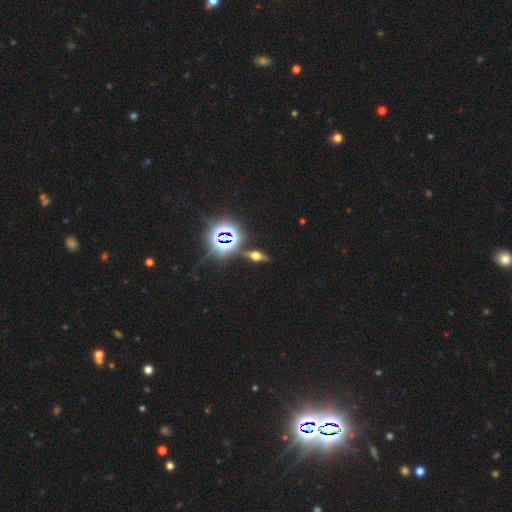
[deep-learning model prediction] smooth_or_featured: featured or disk (p=0.46) [alt: star or artifact p=0.33]
merging: none (p=0.83) [alt: minor disturbance p=0.10]